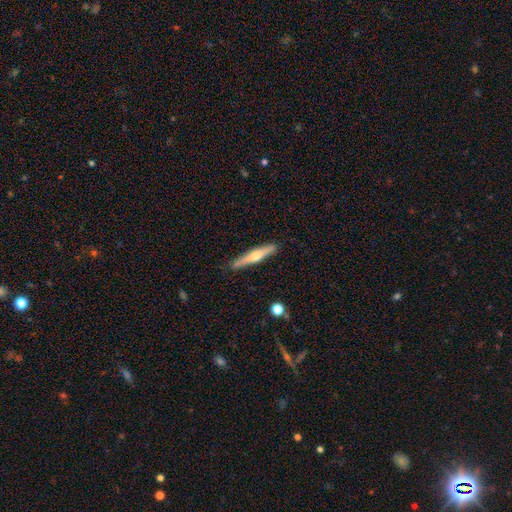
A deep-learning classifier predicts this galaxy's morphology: featured or disk 53%, smooth 42%, star or artifact 6%. Down the decision tree: edge-on disk — yes (96%); edge-on bulge — rounded (86%); merging — none (87%).